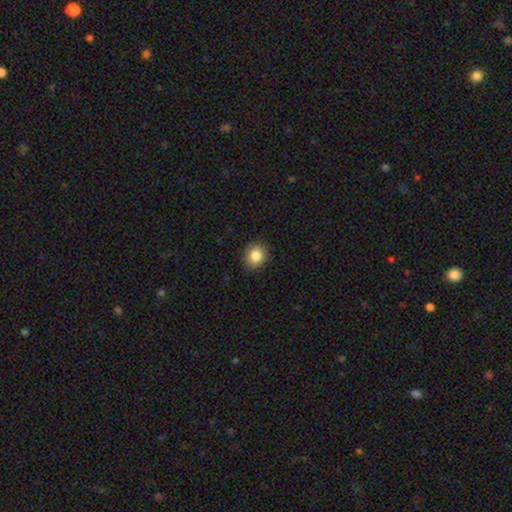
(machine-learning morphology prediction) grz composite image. It shows a smooth galaxy with no disk features (85%) that is round (70%). Merging: none (89%).